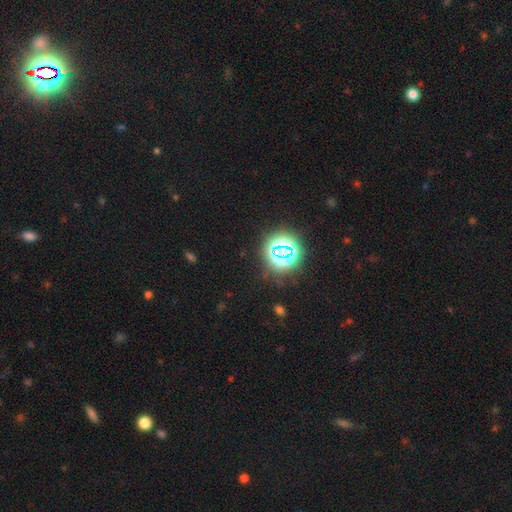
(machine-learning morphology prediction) Overall: star or artifact (78%).